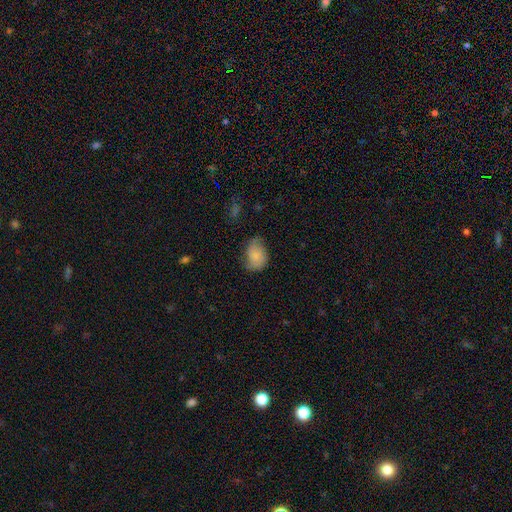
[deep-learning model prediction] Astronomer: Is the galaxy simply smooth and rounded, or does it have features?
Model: smooth — 69%.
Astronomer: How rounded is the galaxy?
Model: in between — 73%.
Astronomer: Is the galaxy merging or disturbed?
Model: none — 51% (runner-up: minor disturbance, 35%).